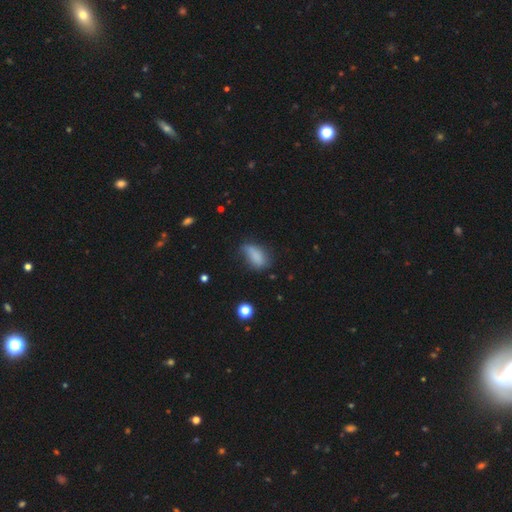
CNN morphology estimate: A smooth galaxy with no disk features (78%) that is in between round and cigar-shaped (83%). Merging: none (44%).